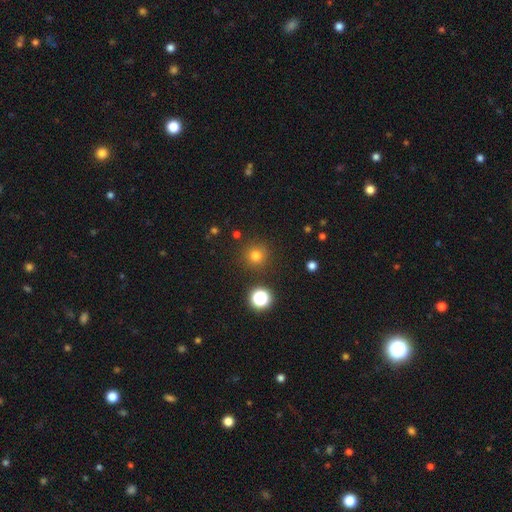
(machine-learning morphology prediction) smooth 76%, star or artifact 19%, featured or disk 6%. Down the decision tree: how rounded — round (95%); merging — none (88%).